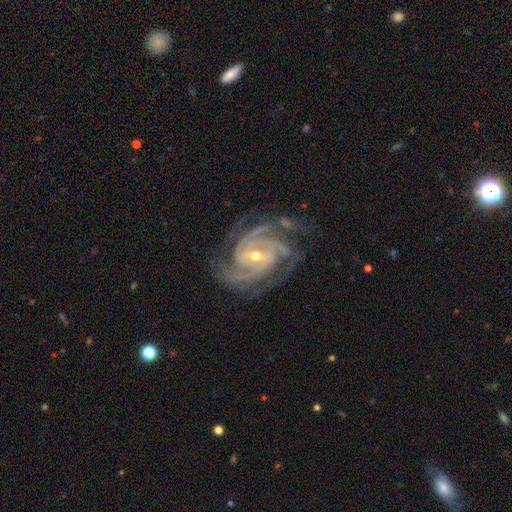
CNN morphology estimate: This is clearly a featured or disk galaxy (93%). It is clearly not viewed edge-on (98%). Bar: marginally weak (41%). Spiral arm pattern: clearly yes (99%). Spiral arm count: marginally 3 (39%). Spiral winding: likely tight (63%). Central bulge: possibly small (58%). Merging: likely none (73%).